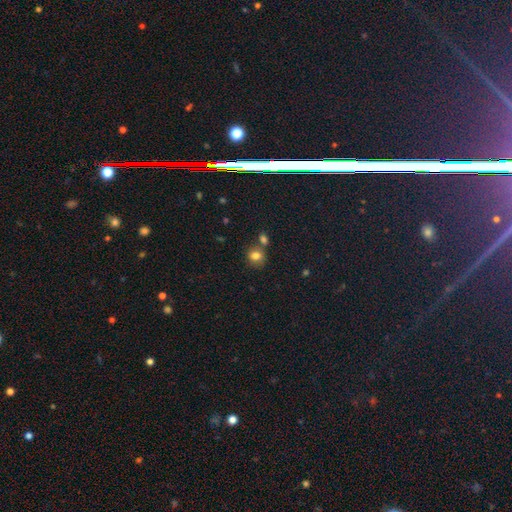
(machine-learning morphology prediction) Smooth or featured? smooth (81%)
How rounded? round (77%)
Merging? none (64%)